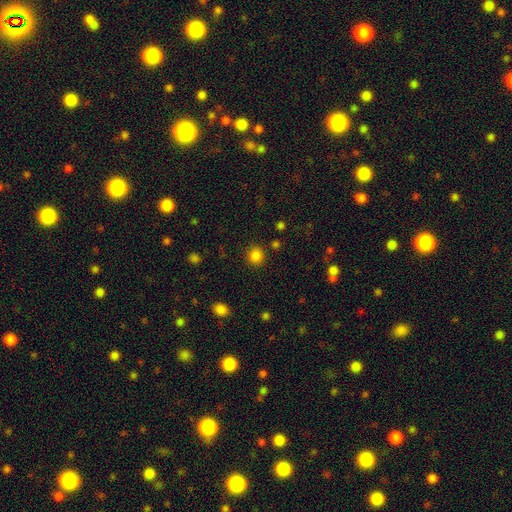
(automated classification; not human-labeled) A smooth galaxy with no disk features (84%) that is round (90%). Merging: none (89%).